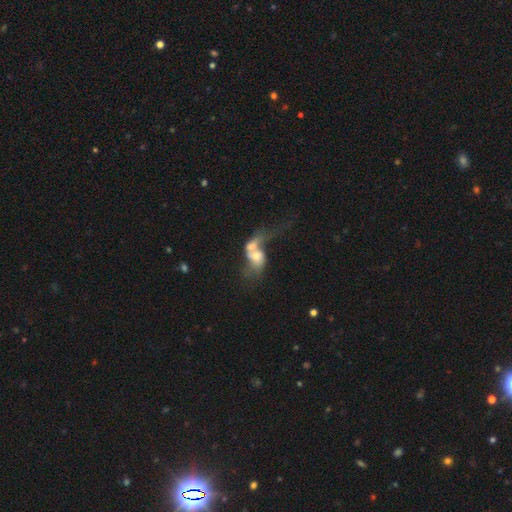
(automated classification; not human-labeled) Smooth or featured? Predicted: featured or disk (p=0.49). Merging? Predicted: merger (p=0.68).